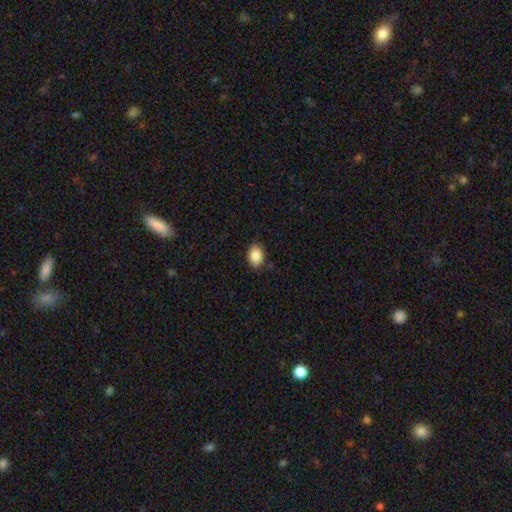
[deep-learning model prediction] Smooth or featured? smooth (87%)
How rounded? in between (80%)
Merging? none (83%)